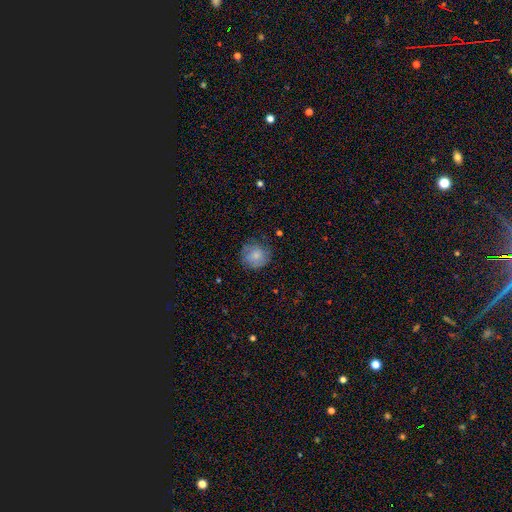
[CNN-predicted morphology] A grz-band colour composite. It shows a smooth galaxy with no disk features (78%) that is round (91%). Merging: none (73%).